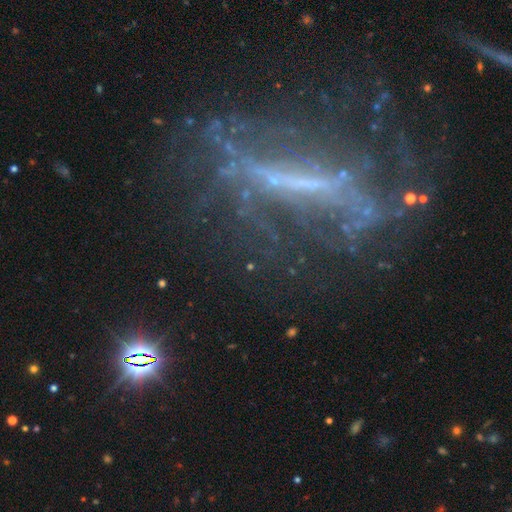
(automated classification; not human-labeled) A featured or disk galaxy (71%).

Vote fractions:
- Smooth or featured? featured or disk: 71% / star or artifact: 18% / smooth: 12%
- Edge-on disk? no: 64% / yes: 36%
- Merging? none: 53% / major disturbance: 25% / minor disturbance: 18% / merger: 4%